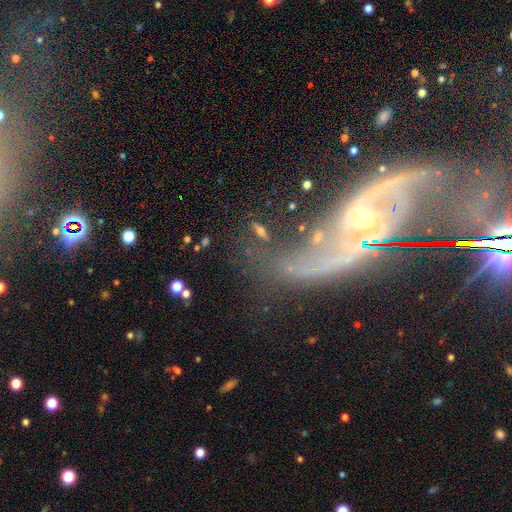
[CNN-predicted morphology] Smooth or featured?
  - featured or disk: 86% *
  - star or artifact: 9%
  - smooth: 5%
Edge-on disk?
  - no: 93% *
  - yes: 7%
Bar?
  - no: 52% *
  - weak: 32%
  - strong: 16%
Spiral arms?
  - yes: 95% *
  - no: 5%
Spiral winding?
  - loose: 62% *
  - medium: 28%
  - tight: 10%
Spiral arm count?
  - 2: 90% *
  - can't tell: 3%
  - 1: 2%
  - 3: 2%
  - 4: 2%
  - more than 4: 2%
Bulge size?
  - small: 73% *
  - moderate: 22%
  - none: 2%
  - large: 2%
  - dominant: 1%
Merging?
  - none: 53% *
  - major disturbance: 19%
  - minor disturbance: 18%
  - merger: 10%